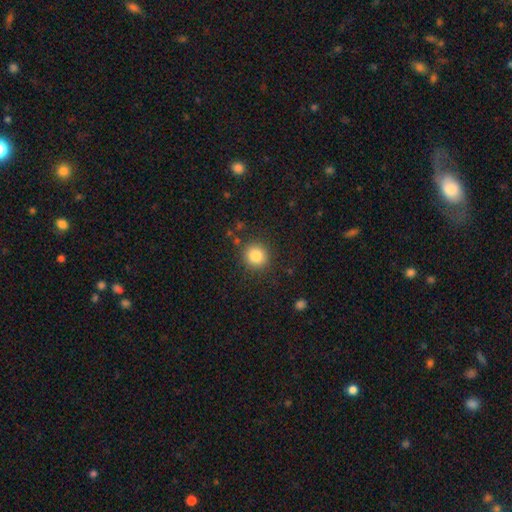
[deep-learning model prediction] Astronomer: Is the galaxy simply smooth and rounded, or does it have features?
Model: smooth — 83%.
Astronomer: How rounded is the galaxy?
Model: round — 91%.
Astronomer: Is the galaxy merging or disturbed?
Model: none — 88%.